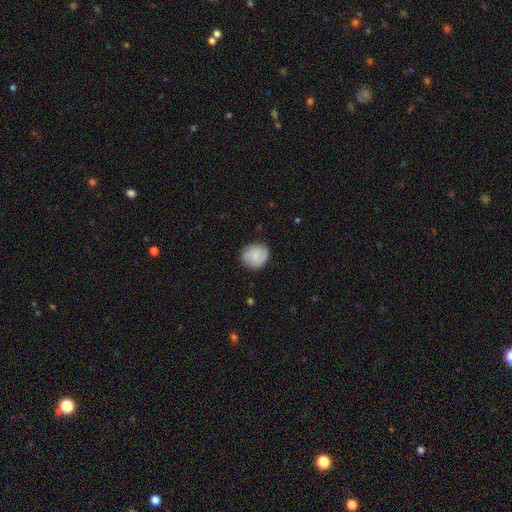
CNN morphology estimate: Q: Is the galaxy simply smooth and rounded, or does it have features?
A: smooth — 49%.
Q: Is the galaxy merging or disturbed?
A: none — 82%.